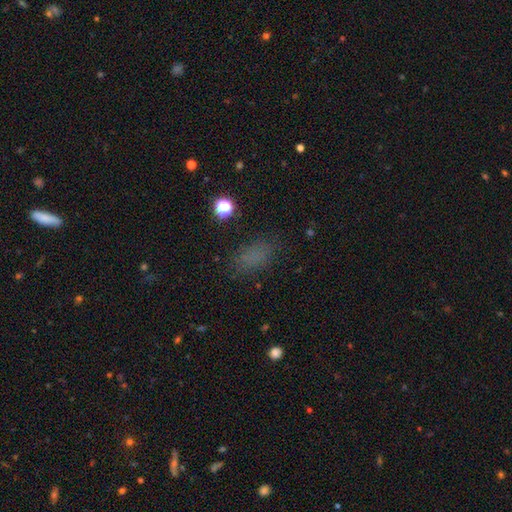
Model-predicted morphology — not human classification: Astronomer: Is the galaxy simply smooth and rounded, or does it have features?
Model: smooth — 72%.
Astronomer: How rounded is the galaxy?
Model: in between — 85%.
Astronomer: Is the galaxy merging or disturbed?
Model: none — 80%.